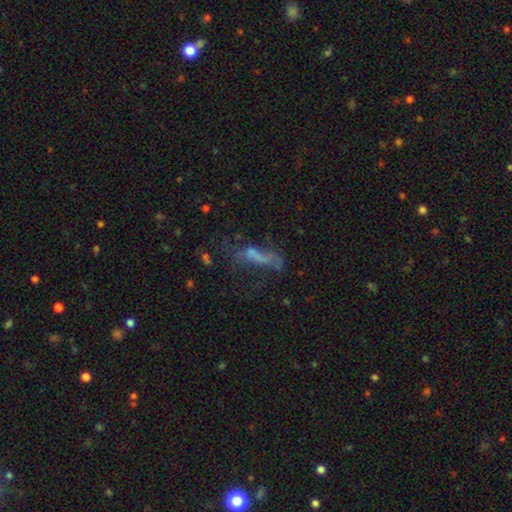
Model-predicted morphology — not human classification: Smooth or featured? Predicted: featured or disk (p=0.37). Merging? Predicted: none (p=0.48).